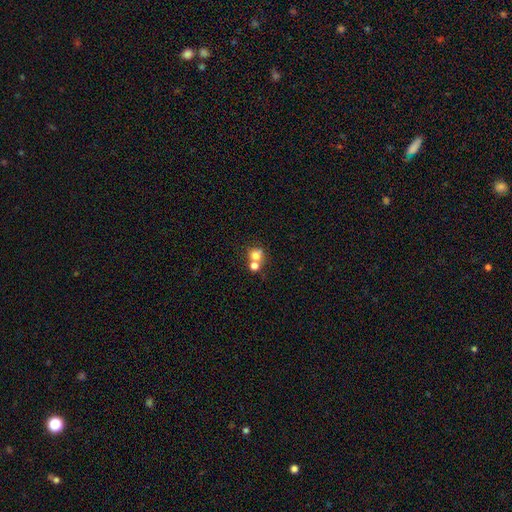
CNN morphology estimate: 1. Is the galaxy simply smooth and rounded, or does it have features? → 72% smooth, 15% featured or disk, 13% star or artifact.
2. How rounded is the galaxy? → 76% round, 23% in between, 1% cigar-shaped.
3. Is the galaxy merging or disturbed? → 51% merger, 37% none, 7% minor disturbance, 4% major disturbance.